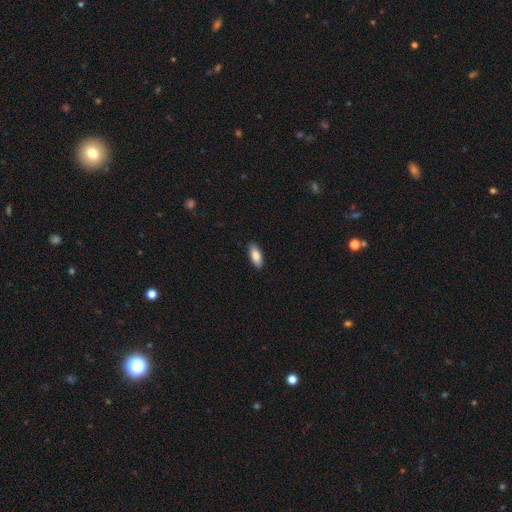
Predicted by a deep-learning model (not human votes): Q: Smooth or featured?
A: smooth (84%); runner-up: featured or disk (10%)
Q: How rounded?
A: in between (82%); runner-up: cigar-shaped (16%)
Q: Merging?
A: none (89%); runner-up: minor disturbance (8%)